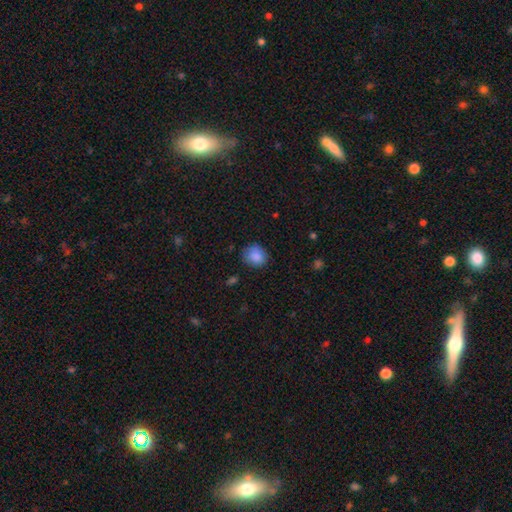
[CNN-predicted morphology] smooth 87%, star or artifact 8%, featured or disk 5%. Down the decision tree: how rounded — round (74%); merging — none (77%).